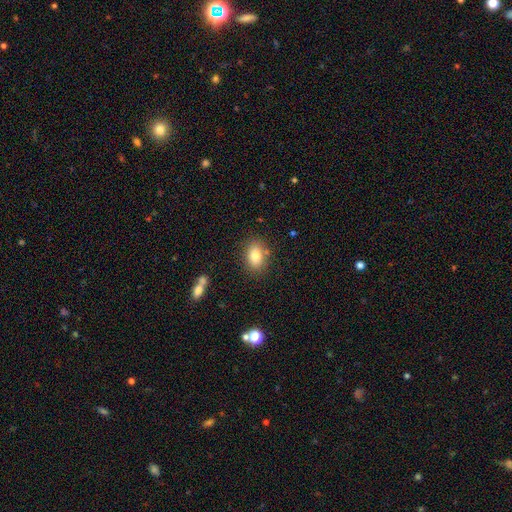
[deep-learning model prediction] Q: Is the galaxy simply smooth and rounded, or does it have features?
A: smooth — 82%.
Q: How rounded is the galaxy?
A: in between — 79%.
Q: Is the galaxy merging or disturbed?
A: none — 80%.